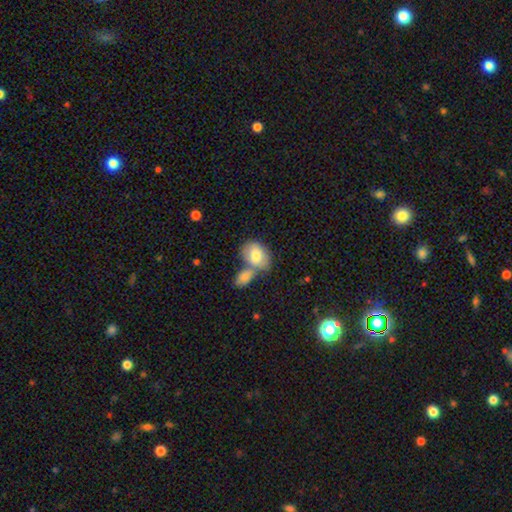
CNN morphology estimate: A smooth galaxy with no disk features (77%) that is in between round and cigar-shaped (74%). Merging: merger (53%).